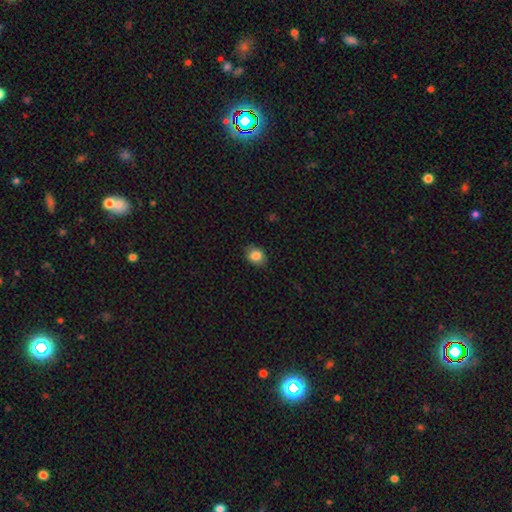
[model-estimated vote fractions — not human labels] The model was most divided on "how rounded": in between: 62%, round: 37%, cigar-shaped: 1%. More confident: smooth or featured — smooth (84%); merging — none (82%).